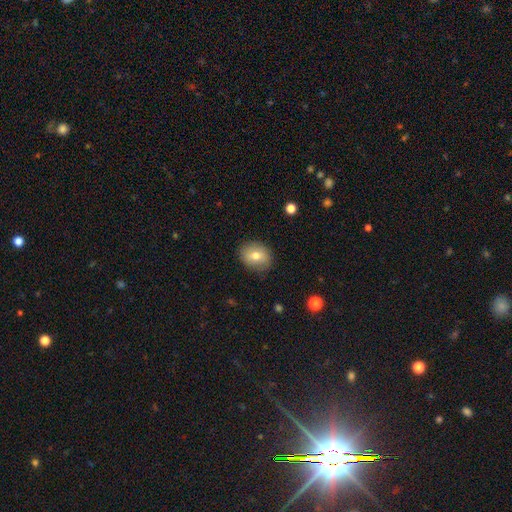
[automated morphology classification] Overall: smooth (73%). How rounded: round (58%; in between 41%). Merging: none (83%).